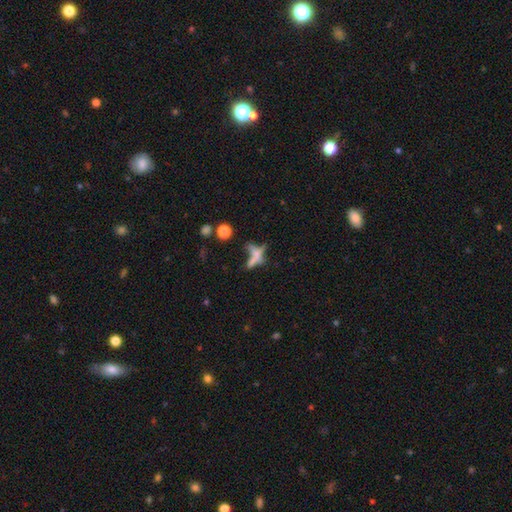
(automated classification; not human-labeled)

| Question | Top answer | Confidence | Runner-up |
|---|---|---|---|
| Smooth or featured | smooth | 48% | featured or disk (34%) |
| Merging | none | 41% | merger (33%) |